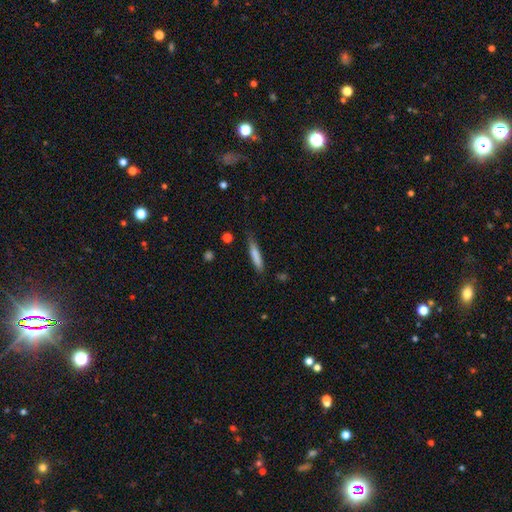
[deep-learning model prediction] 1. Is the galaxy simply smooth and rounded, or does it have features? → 79% smooth, 15% featured or disk, 6% star or artifact.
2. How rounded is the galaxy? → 88% cigar-shaped, 10% in between, 1% round.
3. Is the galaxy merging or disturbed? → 79% none, 16% minor disturbance, 3% major disturbance, 2% merger.